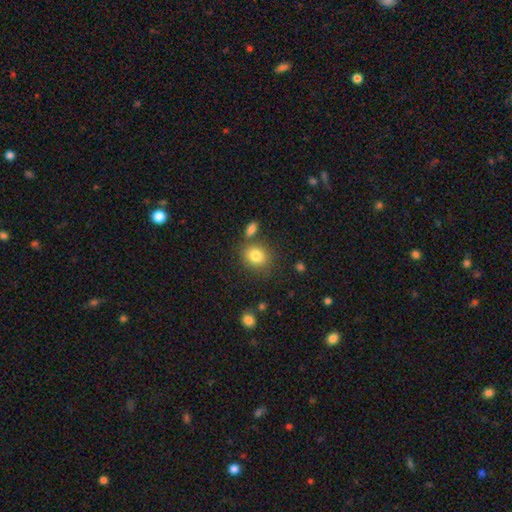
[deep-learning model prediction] This appears to be a smooth galaxy with no disk features (83%) that is round (61%). Merging: none (72%).